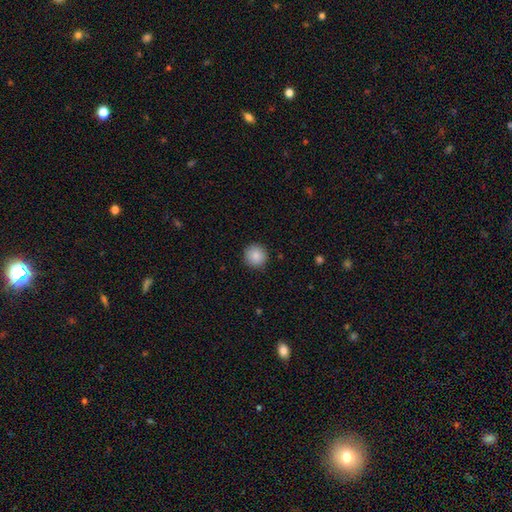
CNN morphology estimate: smooth_or_featured: smooth (p=0.87) [alt: star or artifact p=0.09]
how_rounded: round (p=0.94) [alt: in between p=0.05]
merging: none (p=0.91) [alt: minor disturbance p=0.06]